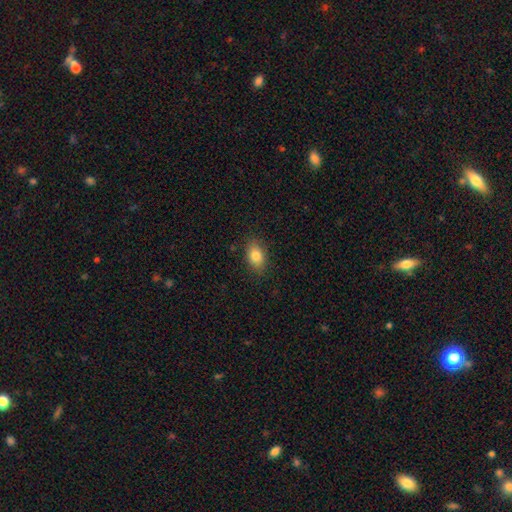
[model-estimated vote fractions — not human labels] Smooth or featured? smooth (83%)
How rounded? in between (84%)
Merging? none (86%)